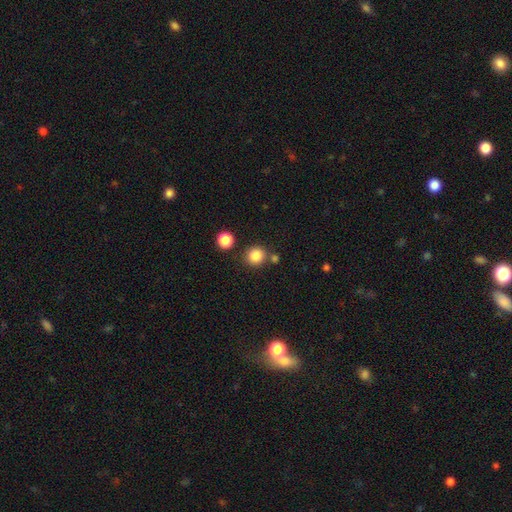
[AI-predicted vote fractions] smooth 85%, star or artifact 11%, featured or disk 4%. Down the decision tree: how rounded — round (89%); merging — none (79%).